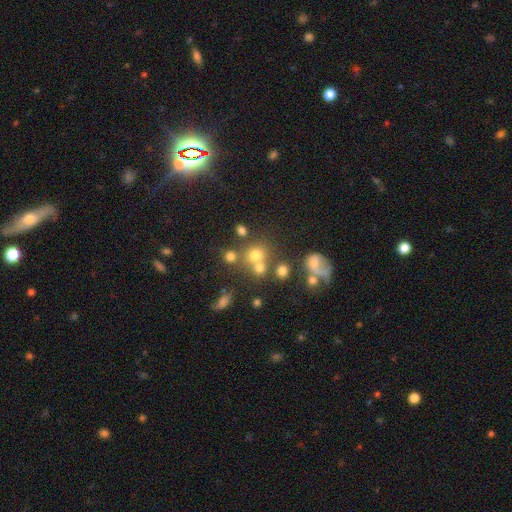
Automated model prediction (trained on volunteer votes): This appears to be a smooth galaxy with no disk features (67%) that is round (79%). Merging: none (52%).